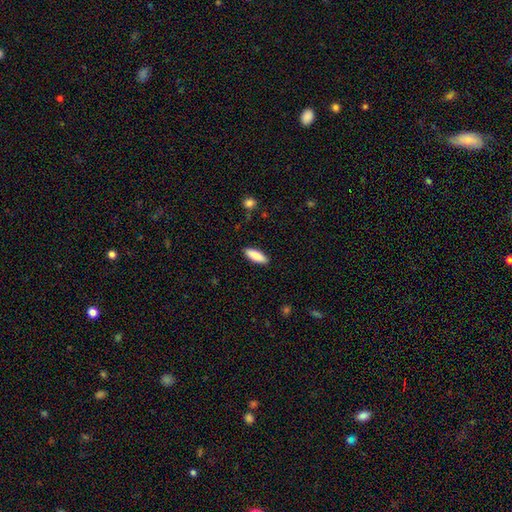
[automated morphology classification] Q: Smooth or featured?
A: smooth (85%); runner-up: featured or disk (9%)
Q: How rounded?
A: in between (61%); runner-up: cigar-shaped (38%)
Q: Merging?
A: none (89%); runner-up: minor disturbance (8%)